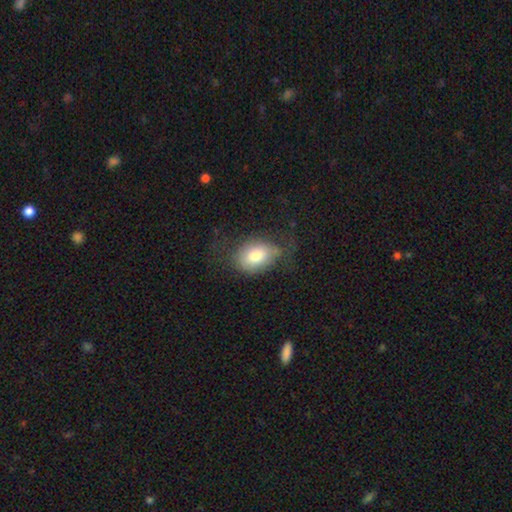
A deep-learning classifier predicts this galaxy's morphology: type=smooth (75%); roundness=in between (75%); merging=none (55%).